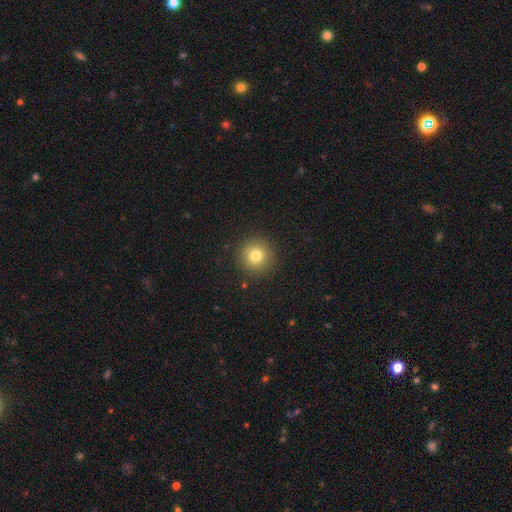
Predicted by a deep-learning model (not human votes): Smooth or featured? smooth (79%)
How rounded? round (95%)
Merging? none (91%)